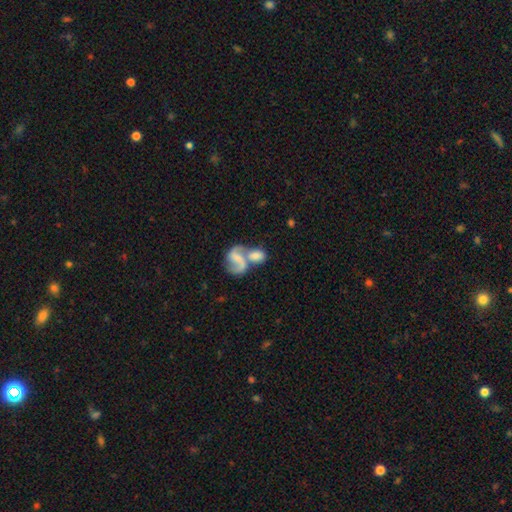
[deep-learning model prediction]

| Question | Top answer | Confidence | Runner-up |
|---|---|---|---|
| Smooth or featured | featured or disk | 56% | smooth (36%) |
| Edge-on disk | no | 97% | yes (3%) |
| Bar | no | 42% | weak (39%) |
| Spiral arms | yes | 79% | no (21%) |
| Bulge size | small | 40% | moderate (27%) |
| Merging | merger | 69% | none (18%) |